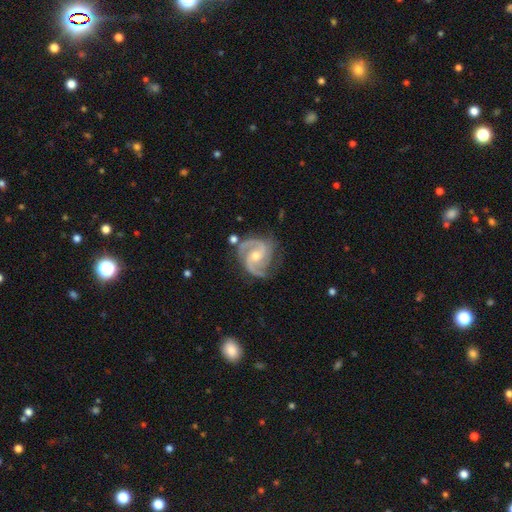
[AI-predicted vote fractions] featured or disk 93%, star or artifact 4%, smooth 3%. Down the decision tree: edge-on disk — no (98%); bar — no (49%); spiral arms — yes (99%); spiral arm count — 2 (52%); spiral winding — medium (53%); bulge size — moderate (55%); merging — none (71%).